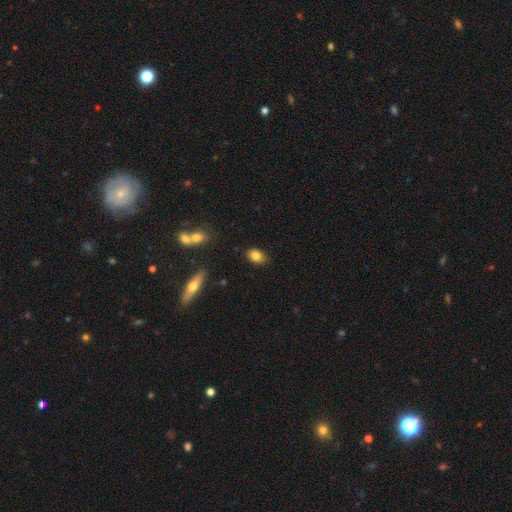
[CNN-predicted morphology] This is clearly a smooth galaxy (82%). How rounded: likely in between (76%). Merging: clearly none (85%).